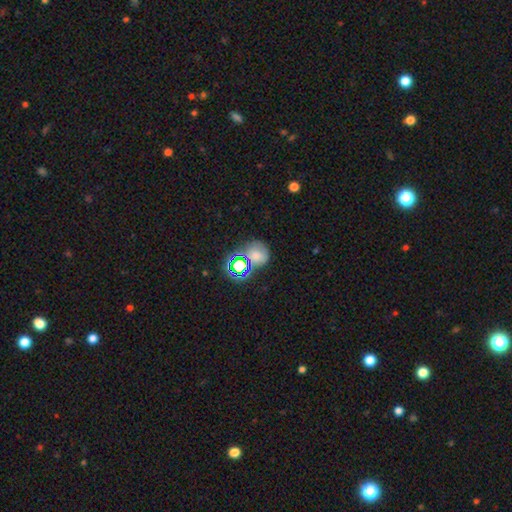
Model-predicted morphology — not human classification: Overall: smooth (60%; star or artifact 28%). How rounded: round (69%; in between 30%). Merging: none (55%; merger 19%).